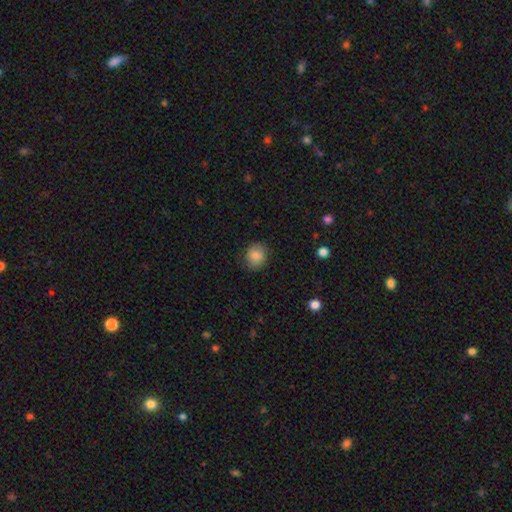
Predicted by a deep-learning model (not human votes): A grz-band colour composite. It shows a smooth galaxy with no disk features (84%) that is round (72%). Merging: none (83%).